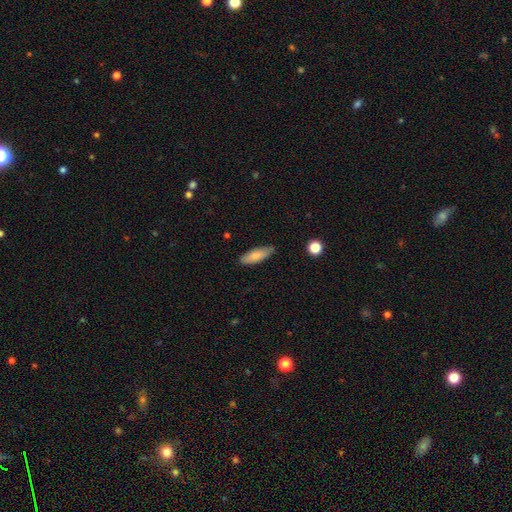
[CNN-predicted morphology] This appears to be a smooth galaxy with no disk features (76%) that is in between round and cigar-shaped (57%). Merging: none (81%).